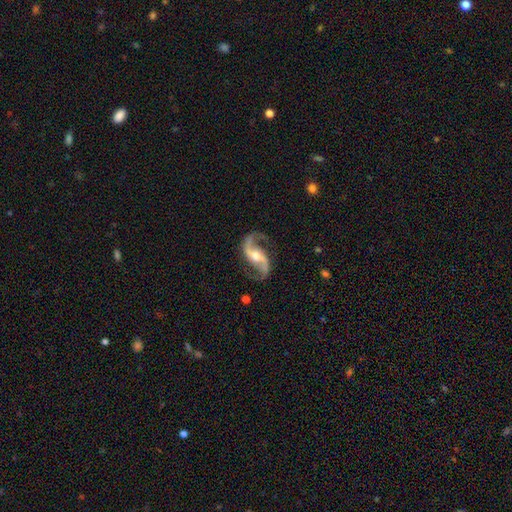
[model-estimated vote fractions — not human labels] featured or disk 93%, star or artifact 4%, smooth 3%. Down the decision tree: edge-on disk — no (97%); bar — weak (37%); spiral arms — yes (98%); spiral arm count — 2 (94%); spiral winding — loose (59%); bulge size — moderate (64%); merging — none (80%).